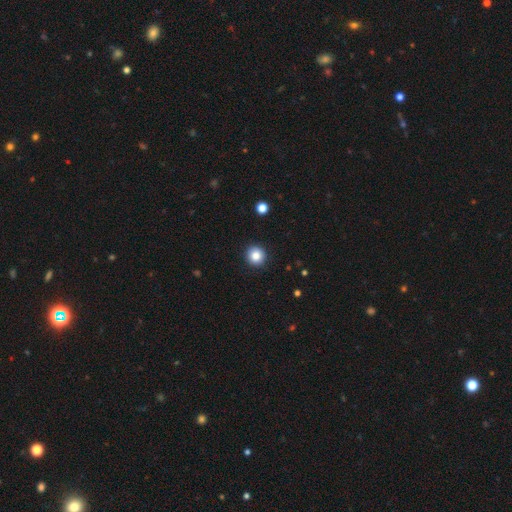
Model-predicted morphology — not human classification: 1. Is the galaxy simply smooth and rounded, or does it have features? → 84% smooth, 10% star or artifact, 6% featured or disk.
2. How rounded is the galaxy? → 94% round, 5% in between, 1% cigar-shaped.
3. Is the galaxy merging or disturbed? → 92% none, 5% minor disturbance, 2% major disturbance, 1% merger.